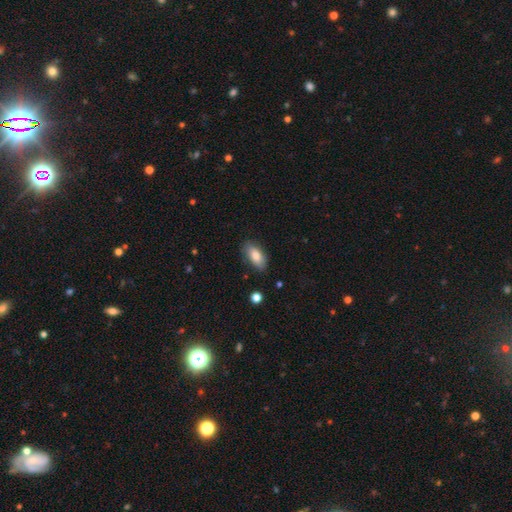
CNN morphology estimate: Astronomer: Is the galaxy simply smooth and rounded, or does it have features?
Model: smooth — 82%.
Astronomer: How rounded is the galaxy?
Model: in between — 90%.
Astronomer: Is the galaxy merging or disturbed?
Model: none — 81%.